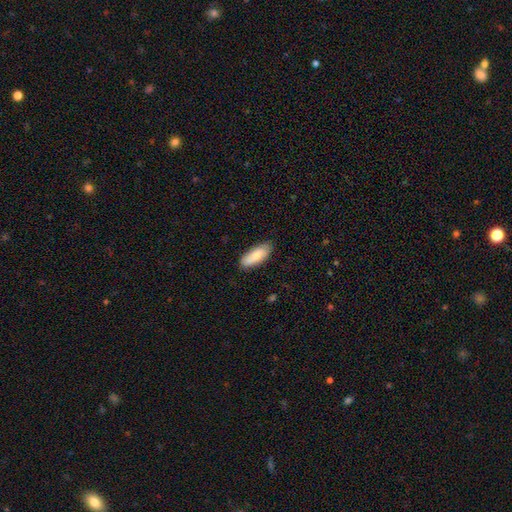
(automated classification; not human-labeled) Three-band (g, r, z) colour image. It shows a smooth galaxy with no disk features (81%) that is in between round and cigar-shaped (78%). Merging: none (79%).